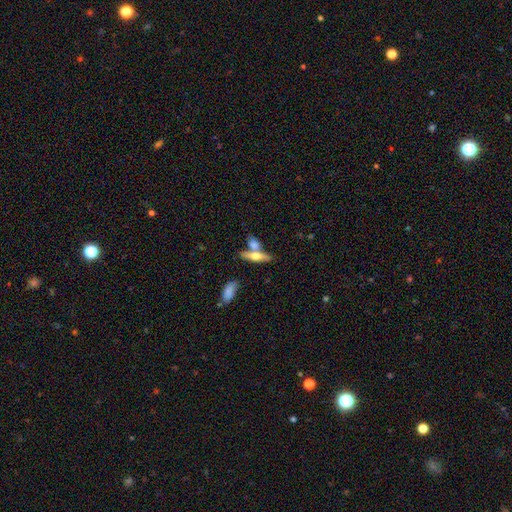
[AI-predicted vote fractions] Smooth or featured? Predicted: featured or disk (p=0.48). Merging? Predicted: none (p=0.55).